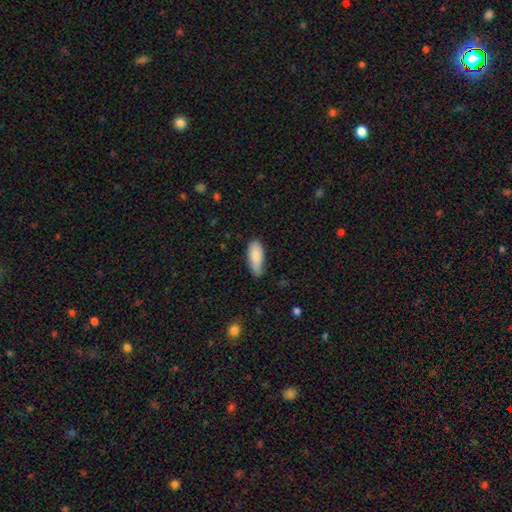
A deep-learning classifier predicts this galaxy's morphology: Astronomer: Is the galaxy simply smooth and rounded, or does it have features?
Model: smooth — 86%.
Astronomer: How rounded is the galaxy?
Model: in between — 79%.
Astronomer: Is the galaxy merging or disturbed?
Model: none — 68%.